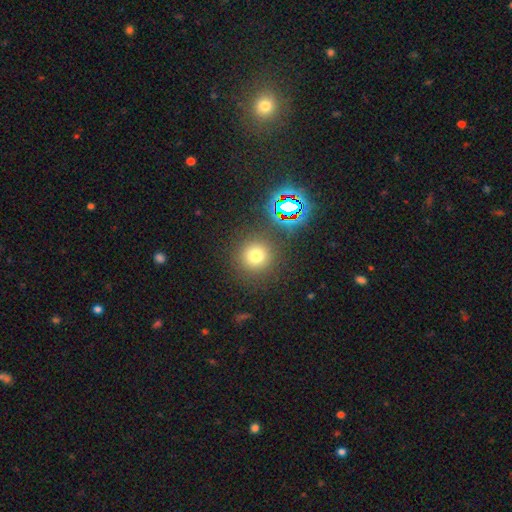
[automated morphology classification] type=smooth (70%); roundness=round (94%); merging=none (87%).